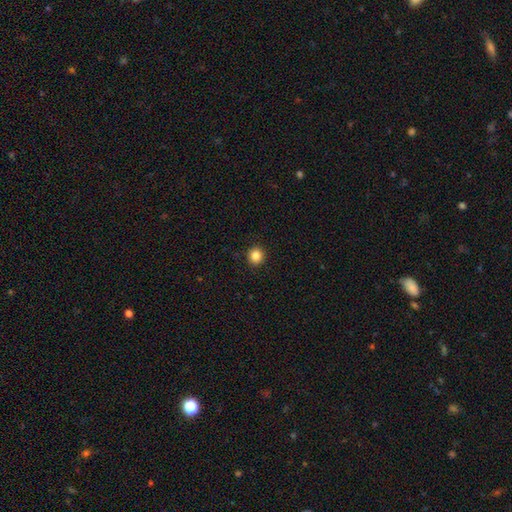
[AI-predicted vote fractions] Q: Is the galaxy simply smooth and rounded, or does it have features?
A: smooth — 86%.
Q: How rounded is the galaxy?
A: round — 91%.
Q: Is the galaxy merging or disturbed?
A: none — 93%.